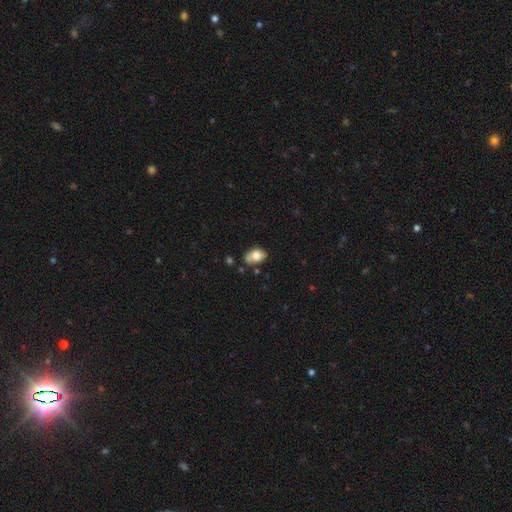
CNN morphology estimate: Smooth or featured?
  - smooth: 74% *
  - featured or disk: 18%
  - star or artifact: 8%
How rounded?
  - in between: 80% *
  - round: 18%
  - cigar-shaped: 1%
Merging?
  - none: 55% *
  - minor disturbance: 28%
  - merger: 10%
  - major disturbance: 7%